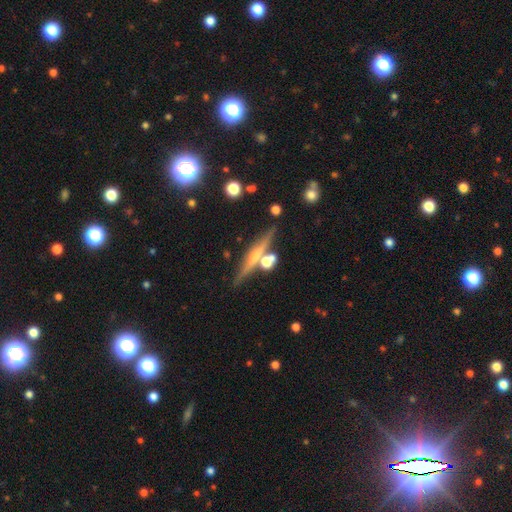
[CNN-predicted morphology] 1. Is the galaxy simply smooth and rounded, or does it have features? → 66% featured or disk, 24% smooth, 10% star or artifact.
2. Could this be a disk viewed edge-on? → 96% yes, 4% no.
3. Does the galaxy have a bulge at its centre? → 60% rounded, 31% none, 9% boxy.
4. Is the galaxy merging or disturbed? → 77% none, 11% merger, 9% minor disturbance, 3% major disturbance.